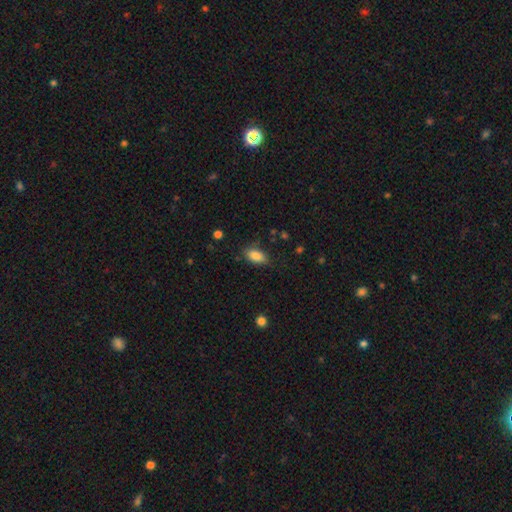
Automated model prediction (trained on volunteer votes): smooth 86%, star or artifact 8%, featured or disk 6%. Down the decision tree: how rounded — in between (91%); merging — none (74%).